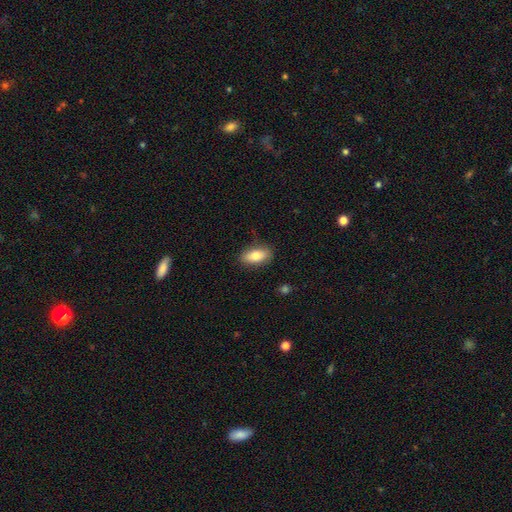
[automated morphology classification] type=smooth (82%); roundness=in between (88%); merging=none (83%).